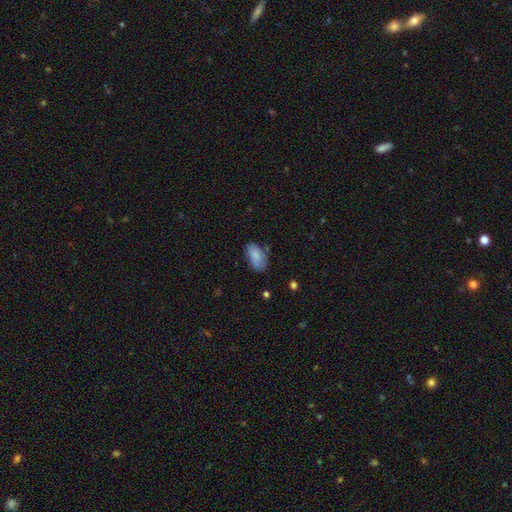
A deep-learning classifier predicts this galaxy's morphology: A smooth galaxy with no disk features (82%) that is in between round and cigar-shaped (93%).

Vote fractions:
- Smooth or featured? smooth: 82% / featured or disk: 11% / star or artifact: 7%
- How rounded? in between: 93% / round: 4% / cigar-shaped: 3%
- Merging? none: 65% / minor disturbance: 24% / major disturbance: 6% / merger: 4%